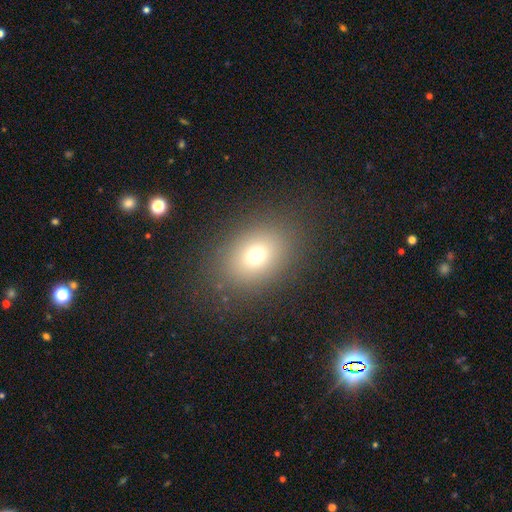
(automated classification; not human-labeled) A smooth galaxy with no disk features (71%) that is in between round and cigar-shaped (61%).

Vote fractions:
- Smooth or featured? smooth: 71% / star or artifact: 16% / featured or disk: 13%
- How rounded? in between: 61% / round: 38% / cigar-shaped: 1%
- Merging? none: 85% / minor disturbance: 9% / major disturbance: 5% / merger: 1%